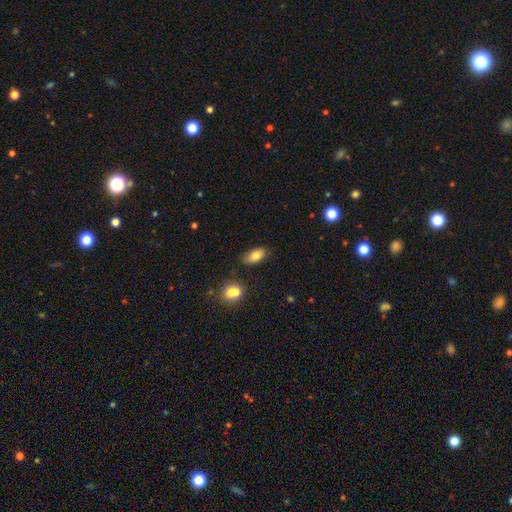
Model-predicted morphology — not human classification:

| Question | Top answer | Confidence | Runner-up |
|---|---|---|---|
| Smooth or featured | smooth | 79% | featured or disk (12%) |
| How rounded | in between | 90% | cigar-shaped (6%) |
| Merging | none | 75% | minor disturbance (16%) |